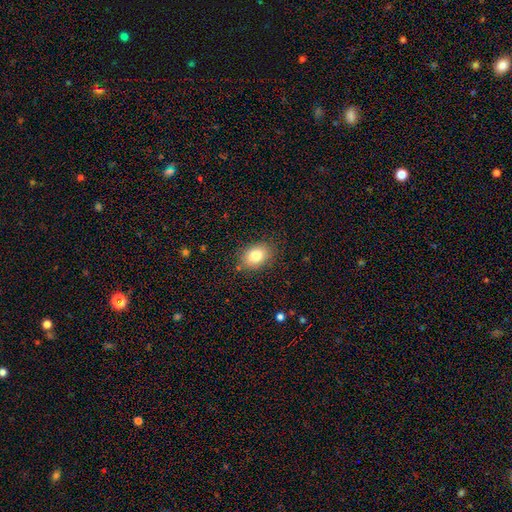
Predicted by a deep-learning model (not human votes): smooth-or-featured: smooth: 80% | featured or disk: 10% | star or artifact: 9%
  how-rounded: in between: 72% | round: 27% | cigar-shaped: 1%
  merging: none: 85% | minor disturbance: 11% | major disturbance: 3% | merger: 1%